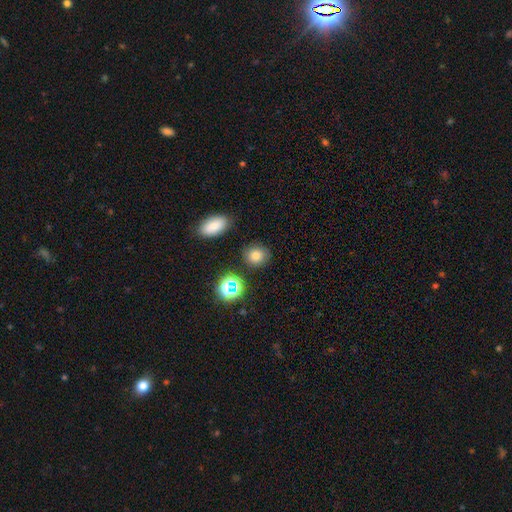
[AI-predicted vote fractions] Smooth or featured?
  - smooth: 76% *
  - star or artifact: 16%
  - featured or disk: 7%
How rounded?
  - round: 77% *
  - in between: 22%
  - cigar-shaped: 1%
Merging?
  - none: 85% *
  - minor disturbance: 9%
  - merger: 3%
  - major disturbance: 3%